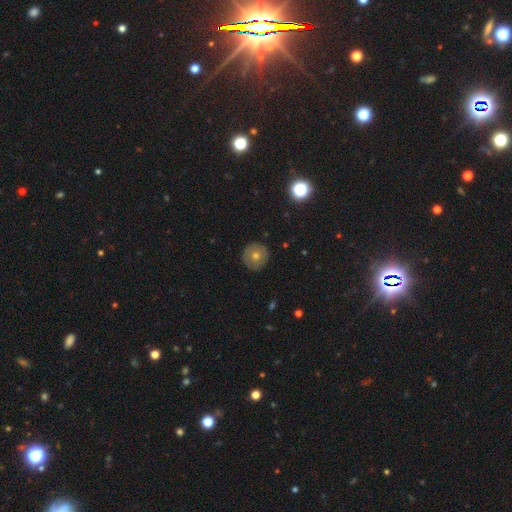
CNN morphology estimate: type=smooth (57%); roundness=round (95%); merging=none (89%).